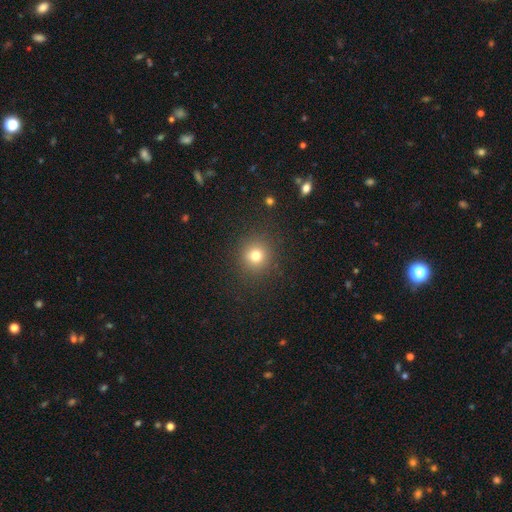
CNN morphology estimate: This appears to be a smooth galaxy with no disk features (77%) that is round (91%). Merging: none (89%).